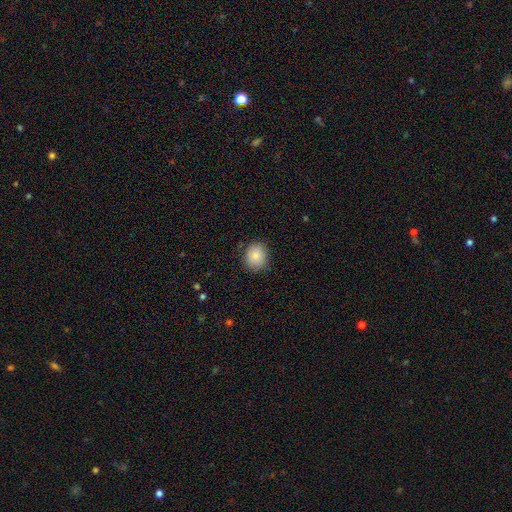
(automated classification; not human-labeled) Smooth or featured?
  - smooth: 86% *
  - star or artifact: 8%
  - featured or disk: 6%
How rounded?
  - round: 71% *
  - in between: 28%
  - cigar-shaped: 1%
Merging?
  - none: 83% *
  - minor disturbance: 13%
  - major disturbance: 3%
  - merger: 1%